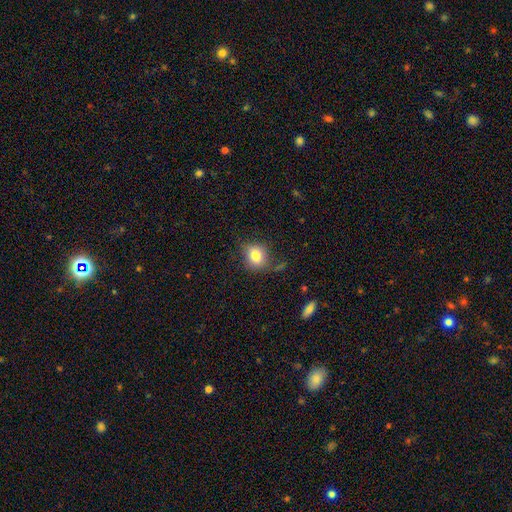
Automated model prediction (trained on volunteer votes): Smooth or featured?
  - smooth: 80% *
  - star or artifact: 10%
  - featured or disk: 10%
How rounded?
  - round: 73% *
  - in between: 26%
  - cigar-shaped: 1%
Merging?
  - none: 67% *
  - minor disturbance: 20%
  - major disturbance: 9%
  - merger: 3%